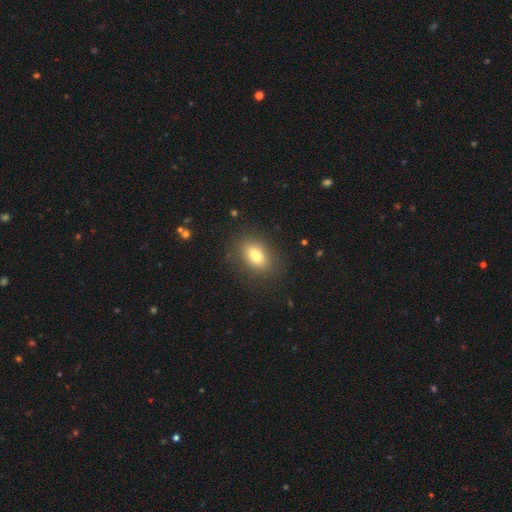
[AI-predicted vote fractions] This appears to be a smooth galaxy with no disk features (79%) that is in between round and cigar-shaped (79%). Merging: none (85%).